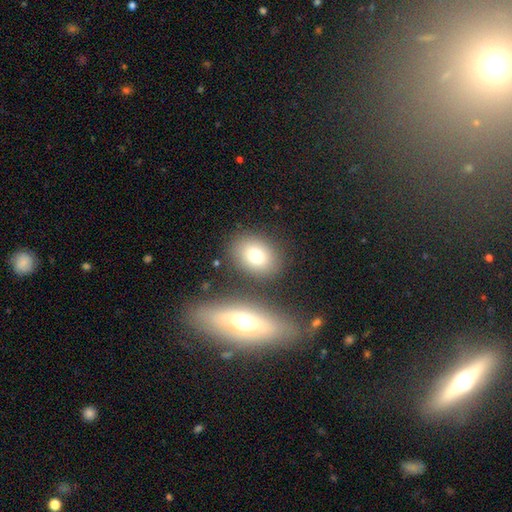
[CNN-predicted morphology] This appears to be a smooth galaxy with no disk features (77%) that is in between round and cigar-shaped (58%). Merging: none (78%).